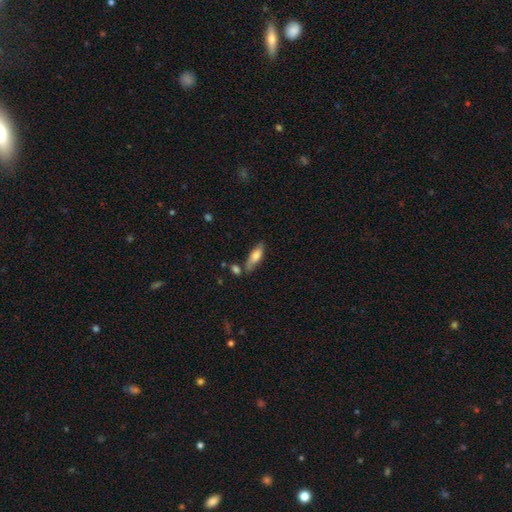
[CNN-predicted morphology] A smooth galaxy with no disk features (70%) that is in between round and cigar-shaped (65%).

Vote fractions:
- Smooth or featured? smooth: 70% / featured or disk: 24% / star or artifact: 7%
- How rounded? in between: 65% / cigar-shaped: 33% / round: 2%
- Merging? none: 62% / minor disturbance: 21% / merger: 12% / major disturbance: 5%